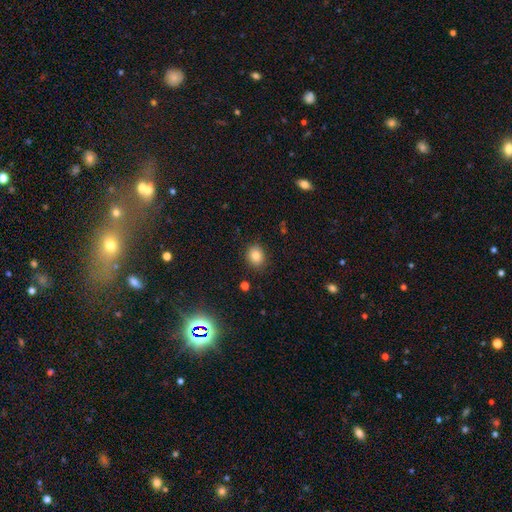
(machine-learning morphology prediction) A smooth galaxy with no disk features (83%) that is round (54%). Merging: none (86%).